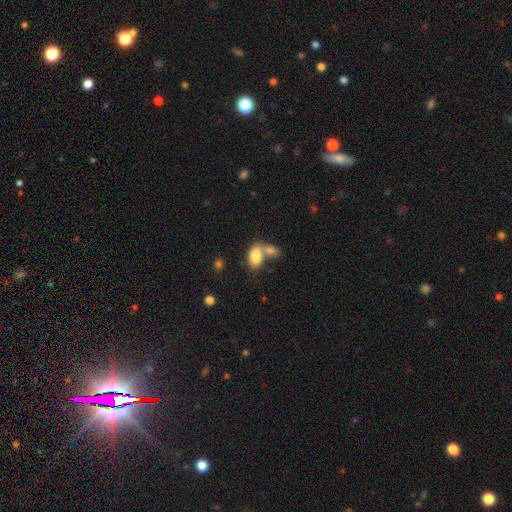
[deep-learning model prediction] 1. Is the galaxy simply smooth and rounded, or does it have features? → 83% smooth, 9% featured or disk, 7% star or artifact.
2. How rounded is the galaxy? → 92% in between, 6% round, 2% cigar-shaped.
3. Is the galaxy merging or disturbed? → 56% merger, 30% none, 9% minor disturbance, 5% major disturbance.